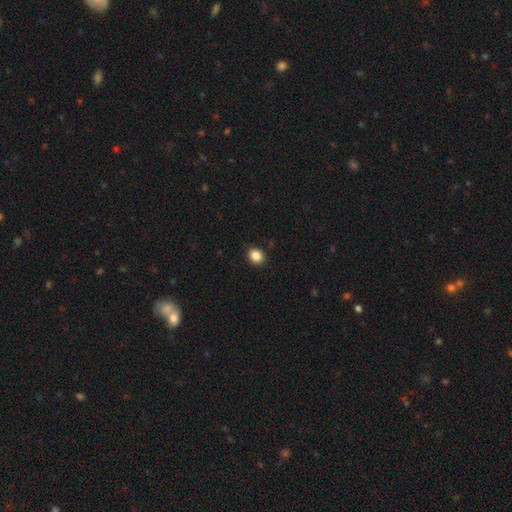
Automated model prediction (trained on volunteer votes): smooth 86%, star or artifact 10%, featured or disk 4%. Down the decision tree: how rounded — round (63%); merging — none (89%).